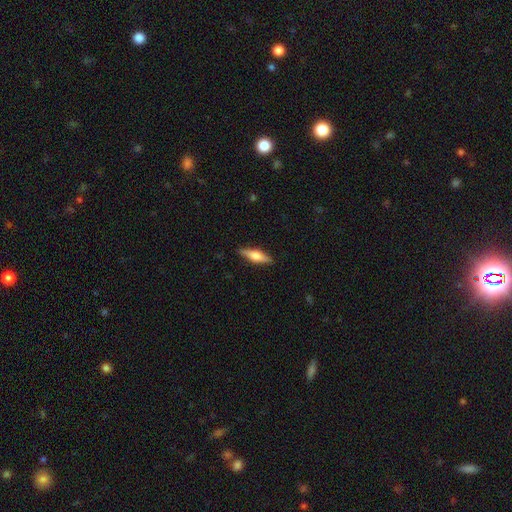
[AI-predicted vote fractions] This is possibly a smooth galaxy (49%). Merging: clearly none (89%).